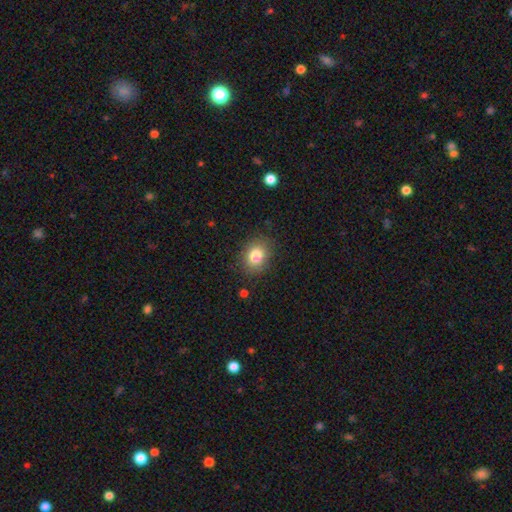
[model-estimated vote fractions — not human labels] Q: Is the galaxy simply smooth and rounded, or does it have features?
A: smooth — 82%.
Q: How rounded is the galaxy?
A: in between — 54%.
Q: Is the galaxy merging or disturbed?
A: none — 83%.